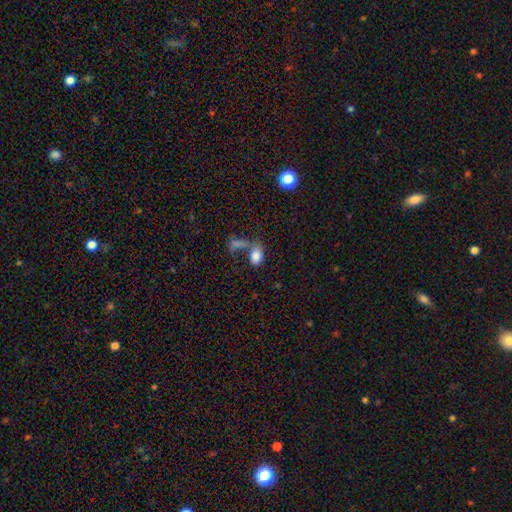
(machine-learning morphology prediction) A smooth galaxy with no disk features (79%) that is in between round and cigar-shaped (89%).

Vote fractions:
- Smooth or featured? smooth: 79% / featured or disk: 10% / star or artifact: 10%
- How rounded? in between: 89% / round: 9% / cigar-shaped: 2%
- Merging? merger: 40% / none: 34% / major disturbance: 14% / minor disturbance: 12%